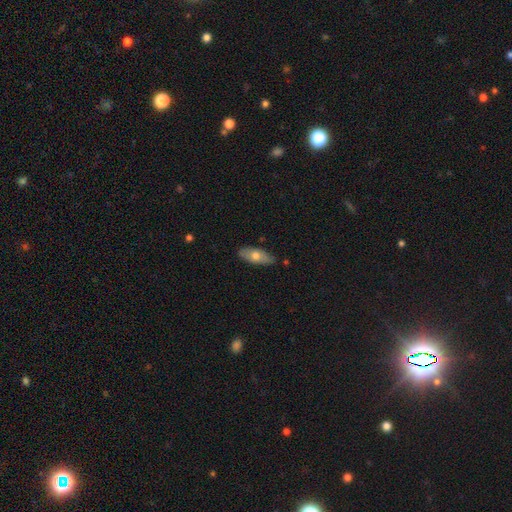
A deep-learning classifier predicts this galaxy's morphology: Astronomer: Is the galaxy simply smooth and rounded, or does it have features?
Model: smooth — 63%.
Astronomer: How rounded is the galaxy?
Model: in between — 77%.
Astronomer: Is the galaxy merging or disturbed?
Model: none — 78%.